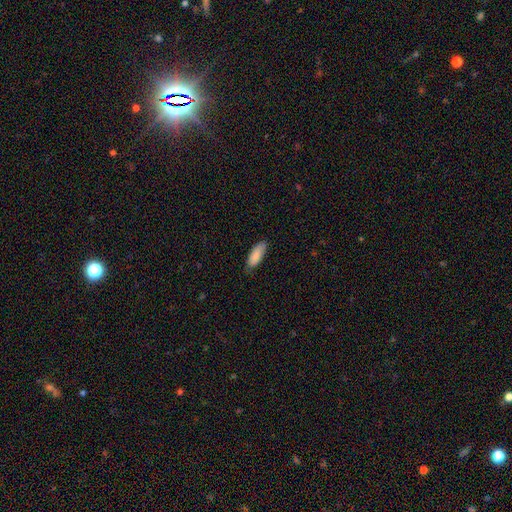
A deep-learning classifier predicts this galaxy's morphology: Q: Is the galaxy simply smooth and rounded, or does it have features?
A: smooth — 88%.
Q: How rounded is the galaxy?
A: in between — 72%.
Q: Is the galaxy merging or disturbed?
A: none — 74%.